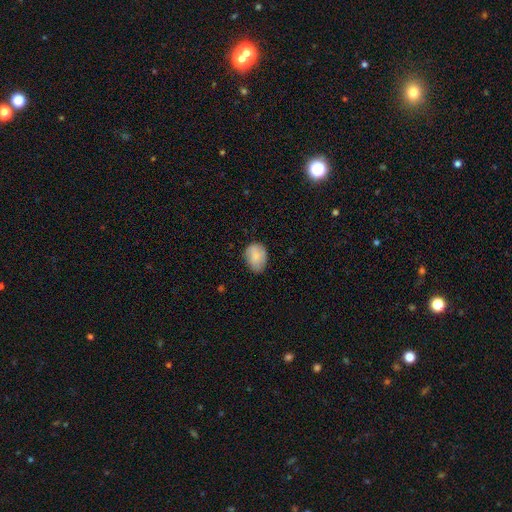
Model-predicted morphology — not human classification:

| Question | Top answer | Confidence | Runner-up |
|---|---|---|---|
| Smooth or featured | smooth | 79% | featured or disk (14%) |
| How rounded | in between | 69% | round (30%) |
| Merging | none | 68% | minor disturbance (26%) |